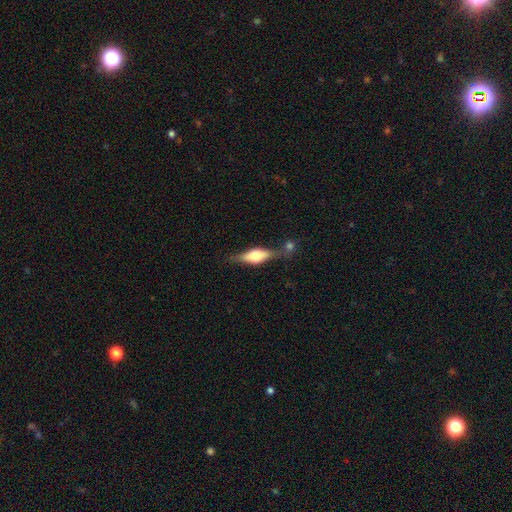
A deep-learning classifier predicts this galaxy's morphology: A featured or disk galaxy (50%). Merging: none (59%).